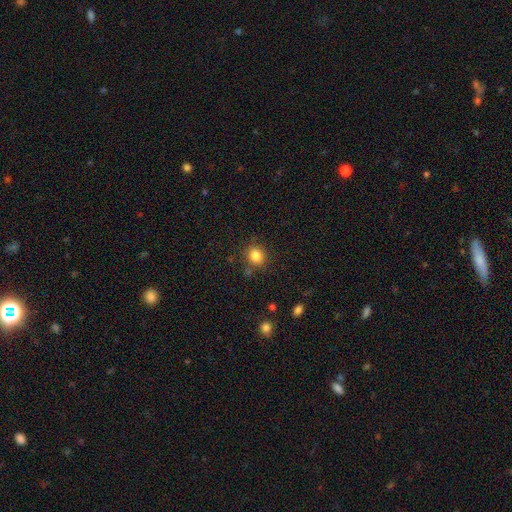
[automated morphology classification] Smooth or featured? smooth (83%)
How rounded? round (82%)
Merging? none (82%)